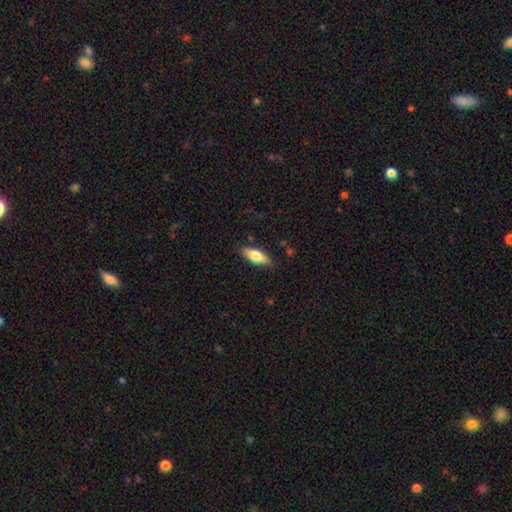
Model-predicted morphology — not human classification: smooth_or_featured: smooth (p=0.74) [alt: featured or disk p=0.20]
how_rounded: in between (p=0.75) [alt: cigar-shaped p=0.23]
merging: none (p=0.84) [alt: minor disturbance p=0.12]